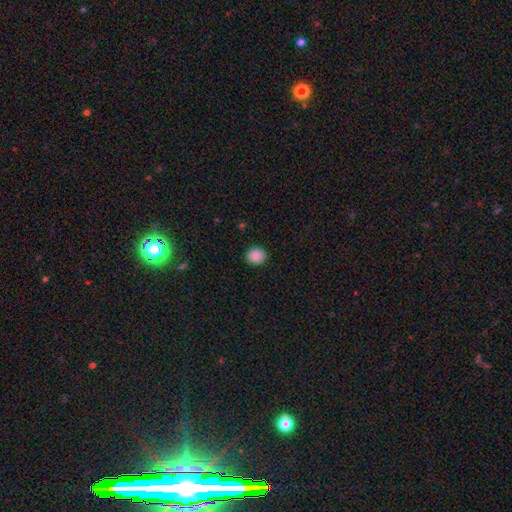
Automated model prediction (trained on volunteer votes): smooth_or_featured: smooth (p=0.88) [alt: star or artifact p=0.09]
how_rounded: round (p=0.78) [alt: in between p=0.21]
merging: none (p=0.90) [alt: minor disturbance p=0.07]